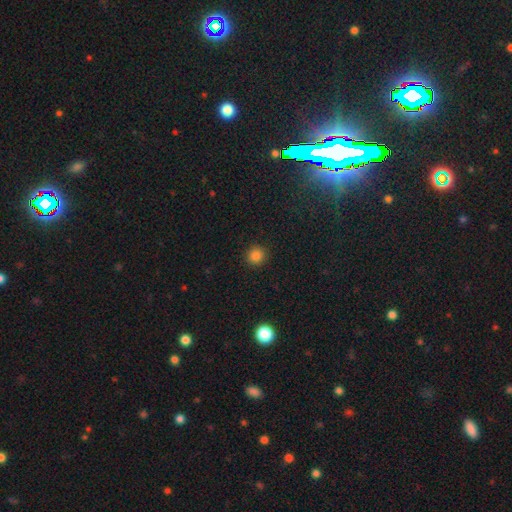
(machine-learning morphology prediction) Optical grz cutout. It shows a smooth galaxy with no disk features (83%) that is round (94%). Merging: none (92%).